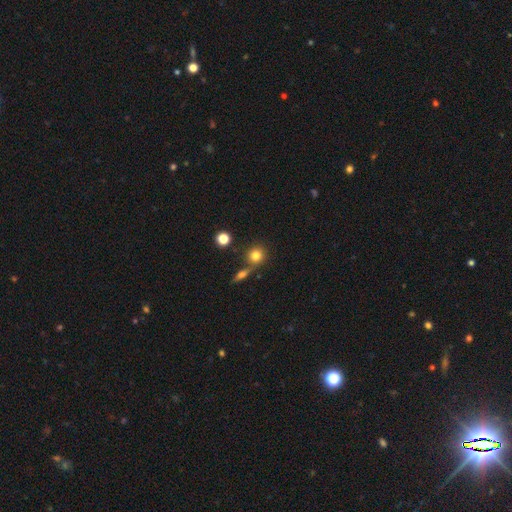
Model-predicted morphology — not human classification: Overall: smooth (79%). How rounded: round (87%). Merging: none (68%).